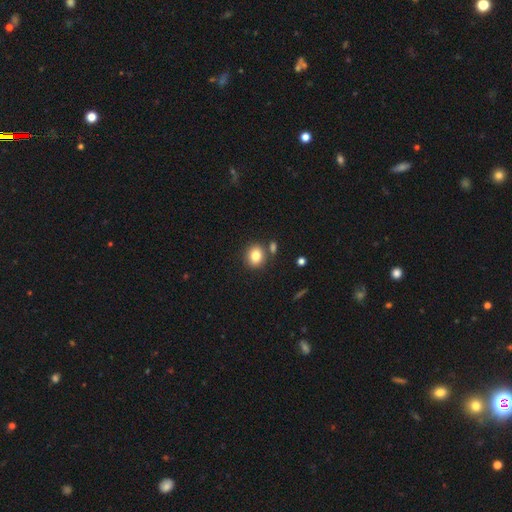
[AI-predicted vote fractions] Smooth or featured? Predicted: smooth (p=0.82). How rounded? Predicted: round (p=0.66). Merging? Predicted: none (p=0.76).